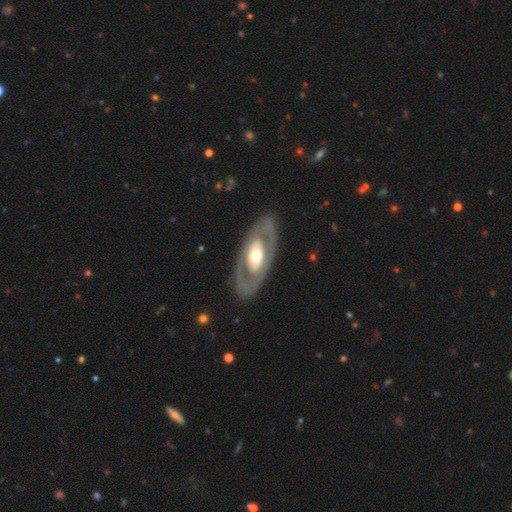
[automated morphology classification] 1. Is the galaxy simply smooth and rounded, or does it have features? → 68% featured or disk, 28% smooth, 4% star or artifact.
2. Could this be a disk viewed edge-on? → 89% no, 11% yes.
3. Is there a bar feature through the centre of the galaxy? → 79% no, 13% weak, 8% strong.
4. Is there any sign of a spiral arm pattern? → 80% no, 20% yes.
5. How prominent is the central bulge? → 66% moderate, 24% large, 8% small, 2% dominant, 1% none.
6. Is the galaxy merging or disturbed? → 84% none, 10% minor disturbance, 5% major disturbance, 1% merger.